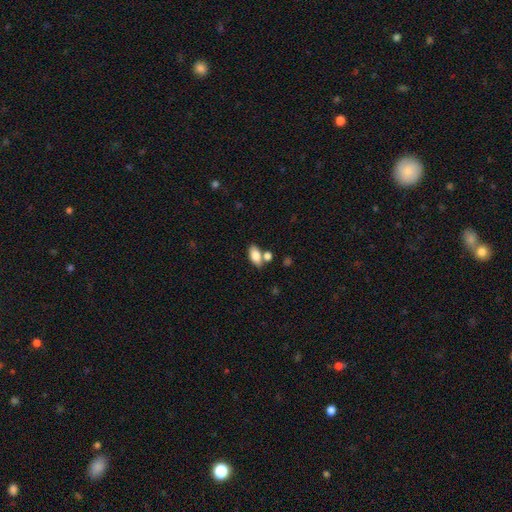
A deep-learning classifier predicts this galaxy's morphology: A smooth galaxy with no disk features (81%) that is in between round and cigar-shaped (90%). Merging: none (59%).